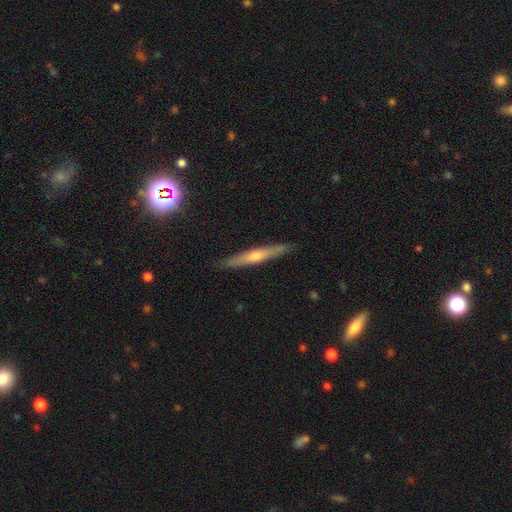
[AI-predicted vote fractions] A featured or disk galaxy (62%) viewed edge-on (95%) with a rounded central bulge (77%).

Vote fractions:
- Smooth or featured? featured or disk: 62% / smooth: 28% / star or artifact: 9%
- Edge-on disk? yes: 95% / no: 5%
- Edge-on bulge? rounded: 77% / none: 18% / boxy: 5%
- Merging? none: 89% / minor disturbance: 8% / major disturbance: 1% / merger: 1%